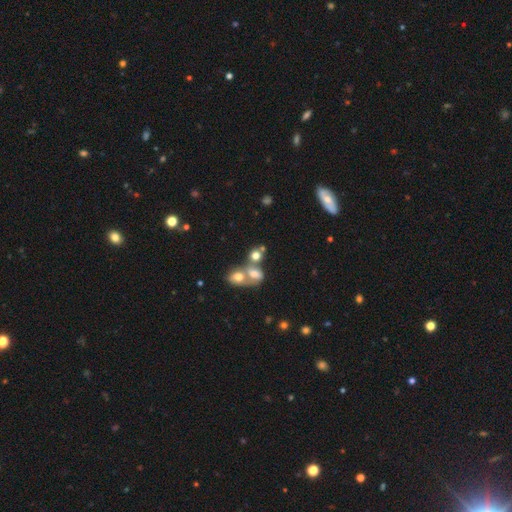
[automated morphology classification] A smooth galaxy with no disk features (66%) that is round (54%). Merging: merger (62%).